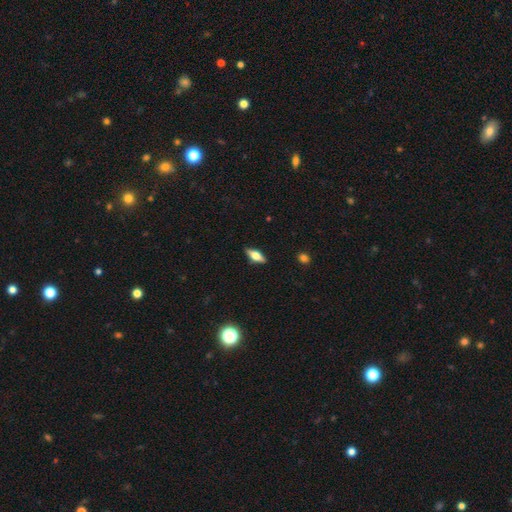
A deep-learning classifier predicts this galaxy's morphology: smooth-or-featured: featured or disk: 50% | smooth: 42% | star or artifact: 8%
  disk-edge-on: yes: 92% | no: 8%
  merging: none: 88% | minor disturbance: 9% | major disturbance: 2% | merger: 1%